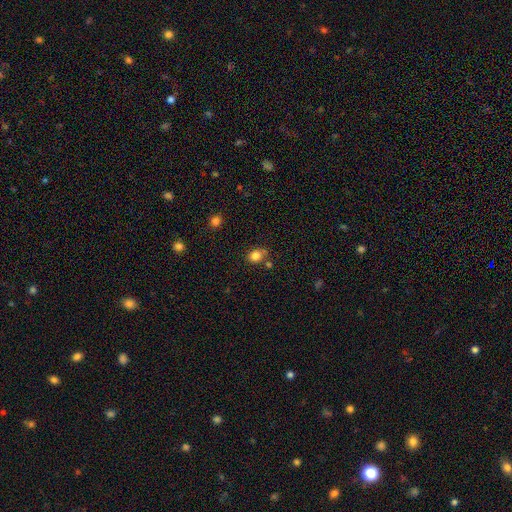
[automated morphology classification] Smooth or featured?
  - smooth: 83% *
  - star or artifact: 12%
  - featured or disk: 6%
How rounded?
  - round: 55% *
  - in between: 44%
  - cigar-shaped: 1%
Merging?
  - none: 68% *
  - minor disturbance: 15%
  - merger: 12%
  - major disturbance: 4%